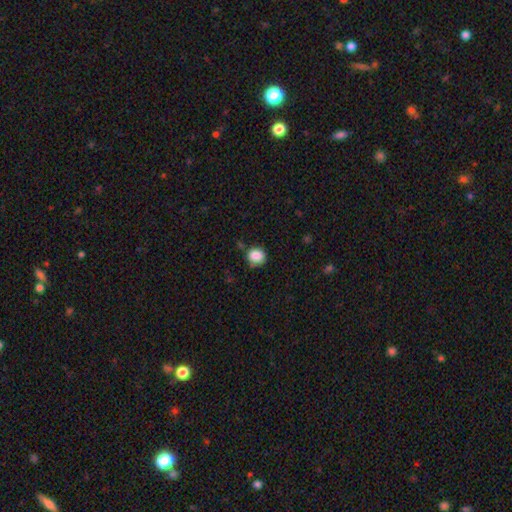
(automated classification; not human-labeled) smooth 86%, star or artifact 9%, featured or disk 4%. Down the decision tree: how rounded — round (85%); merging — none (70%).